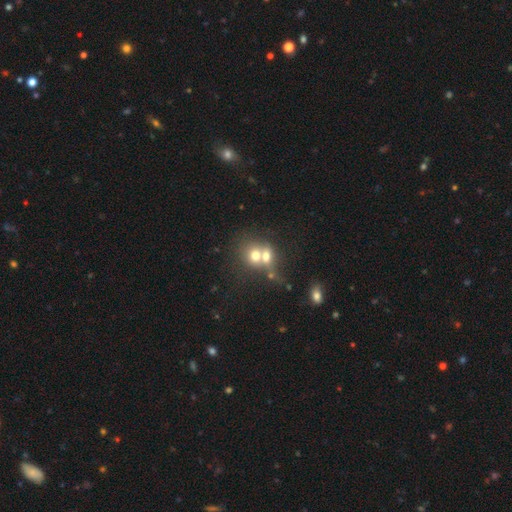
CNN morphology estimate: type=smooth (65%); roundness=round (65%); merging=merger (69%).